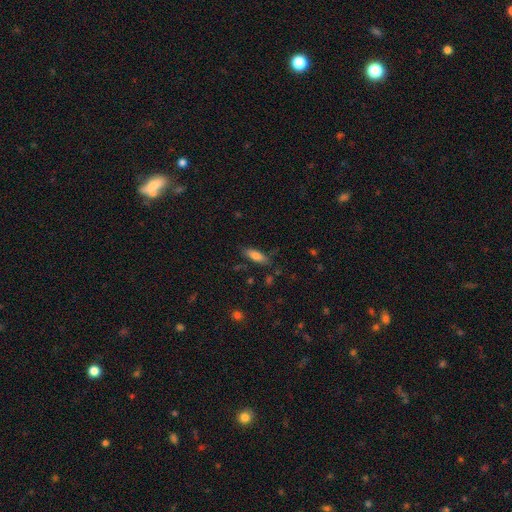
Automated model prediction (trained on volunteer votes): The model was most divided on "how rounded": in between: 60%, cigar-shaped: 38%, round: 2%. More confident: merging — none (79%); smooth or featured — smooth (78%).